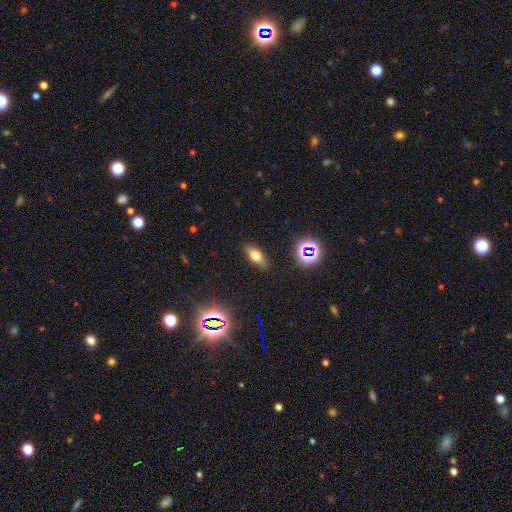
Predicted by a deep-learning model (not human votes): smooth 67%, featured or disk 17%, star or artifact 16%. Down the decision tree: how rounded — in between (78%); merging — none (85%).